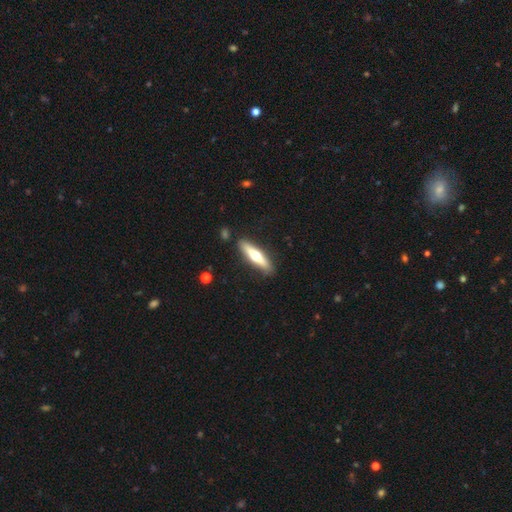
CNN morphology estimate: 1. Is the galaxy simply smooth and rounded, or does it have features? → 49% featured or disk, 46% smooth, 5% star or artifact.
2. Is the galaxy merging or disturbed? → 88% none, 8% minor disturbance, 2% merger, 2% major disturbance.